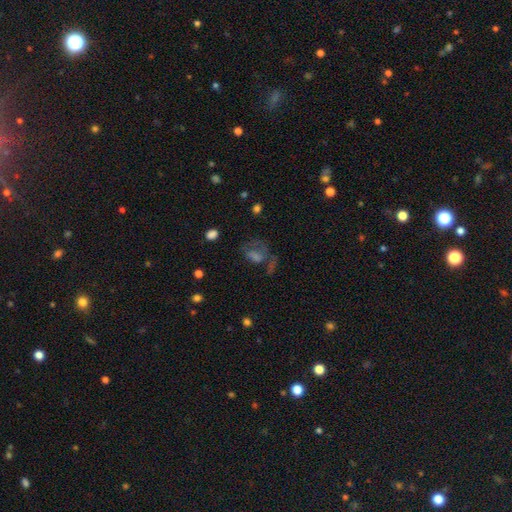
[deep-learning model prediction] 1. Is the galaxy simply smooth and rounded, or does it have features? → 39% featured or disk, 32% smooth, 28% star or artifact.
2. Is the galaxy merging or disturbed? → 38% none, 37% major disturbance, 18% minor disturbance, 8% merger.